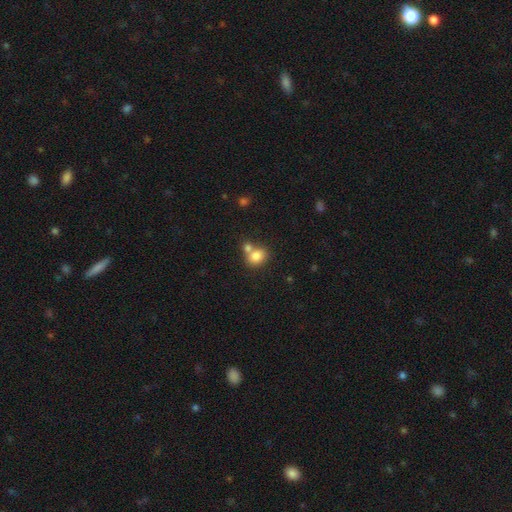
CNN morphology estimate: smooth-or-featured: smooth: 81% | star or artifact: 10% | featured or disk: 9%
  how-rounded: in between: 50% | round: 49% | cigar-shaped: 1%
  merging: none: 47% | merger: 40% | minor disturbance: 10% | major disturbance: 3%